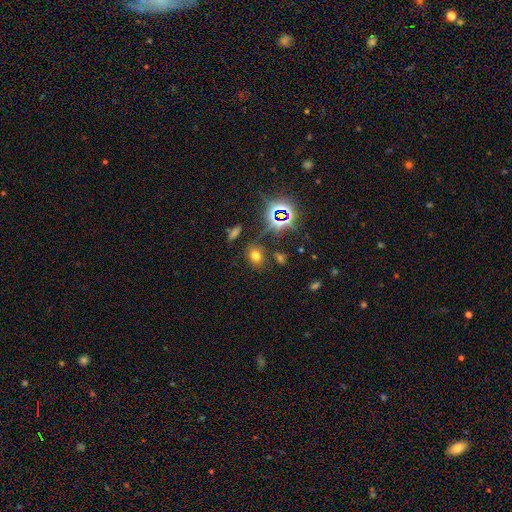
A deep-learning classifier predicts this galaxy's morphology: Smooth or featured?
  - smooth: 59% *
  - star or artifact: 31%
  - featured or disk: 10%
How rounded?
  - in between: 56% *
  - round: 42%
  - cigar-shaped: 2%
Merging?
  - none: 78% *
  - minor disturbance: 12%
  - merger: 5%
  - major disturbance: 5%